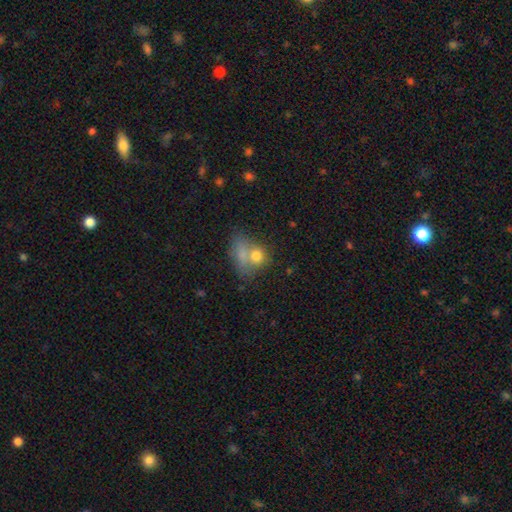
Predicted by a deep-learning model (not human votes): smooth 73%, featured or disk 17%, star or artifact 11%. Down the decision tree: how rounded — round (50%); merging — merger (48%).